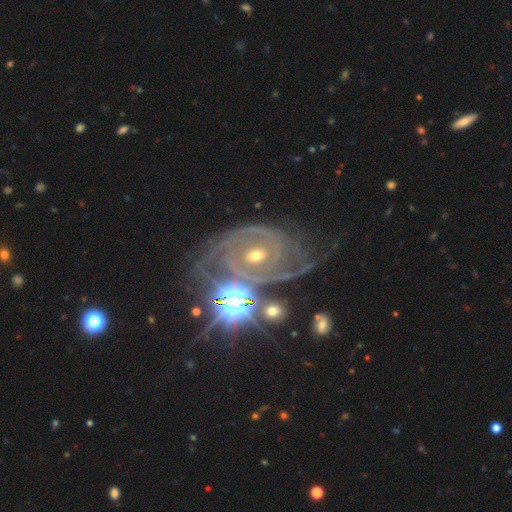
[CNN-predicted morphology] featured or disk 83%, star or artifact 12%, smooth 6%. Down the decision tree: edge-on disk — no (97%); bar — no (62%); spiral arms — yes (95%); spiral arm count — 2 (41%); spiral winding — tight (62%); bulge size — small (56%); merging — none (56%).